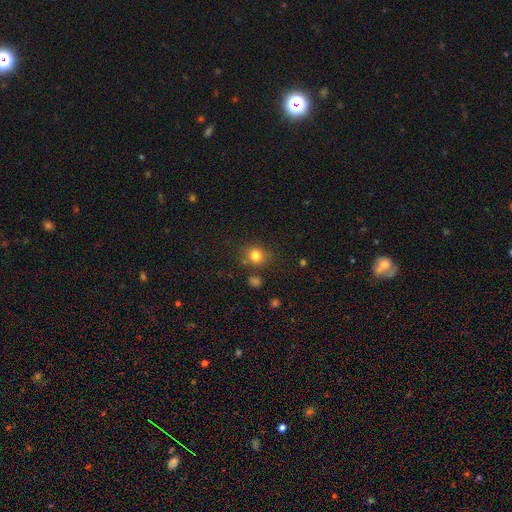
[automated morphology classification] Smooth or featured: smooth — 81% (star or artifact — 13%)
How rounded: round — 78% (in between — 21%)
Merging: none — 75% (minor disturbance — 13%)